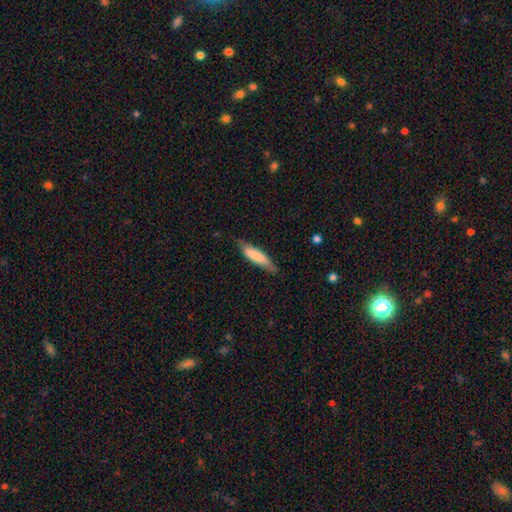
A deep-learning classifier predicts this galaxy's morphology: Q: Smooth or featured?
A: smooth (70%); runner-up: featured or disk (24%)
Q: How rounded?
A: cigar-shaped (69%); runner-up: in between (30%)
Q: Merging?
A: none (71%); runner-up: minor disturbance (23%)